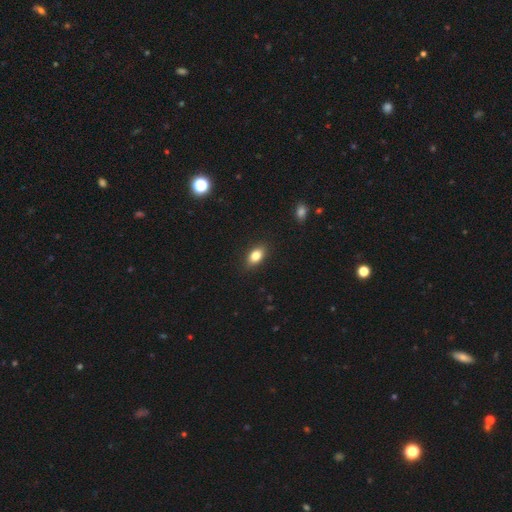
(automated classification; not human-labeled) Smooth or featured? Predicted: smooth (p=0.82). How rounded? Predicted: in between (p=0.85). Merging? Predicted: none (p=0.87).